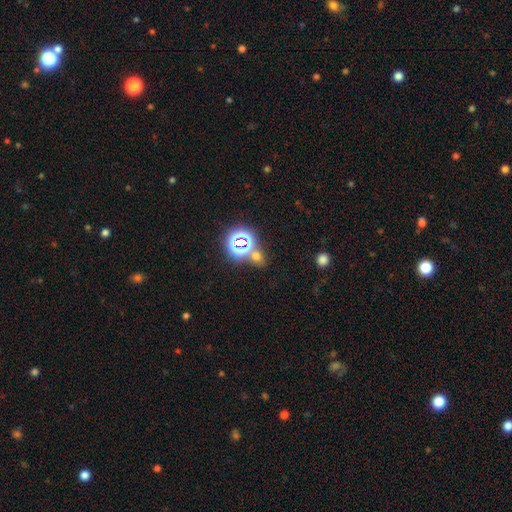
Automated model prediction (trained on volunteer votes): Smooth or featured?
  - smooth: 47% *
  - star or artifact: 46%
  - featured or disk: 8%
Merging?
  - none: 67% *
  - merger: 19%
  - minor disturbance: 10%
  - major disturbance: 5%